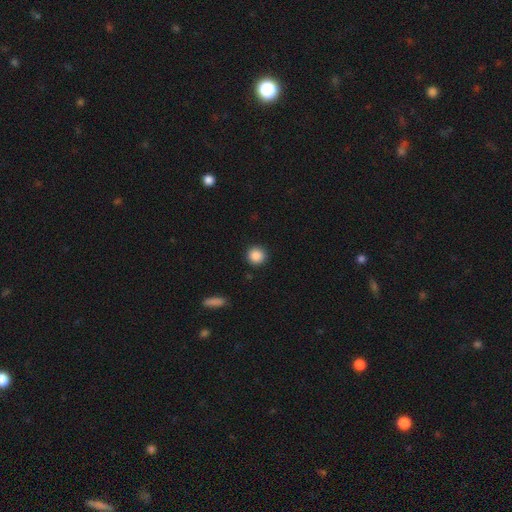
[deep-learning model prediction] This appears to be a smooth galaxy with no disk features (88%) that is round (94%). Merging: none (91%).